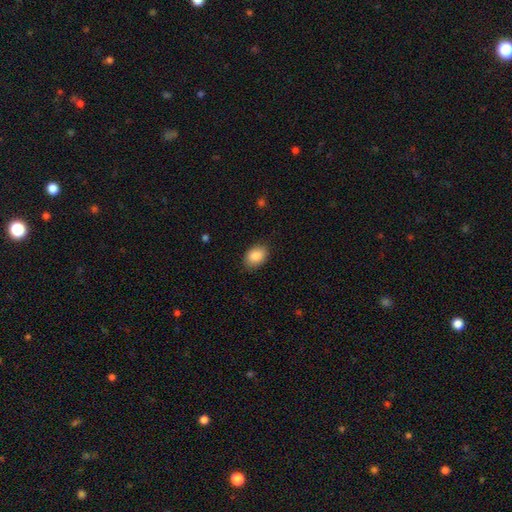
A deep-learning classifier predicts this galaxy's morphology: This appears to be a smooth galaxy with no disk features (89%) that is in between round and cigar-shaped (78%). Merging: none (83%).